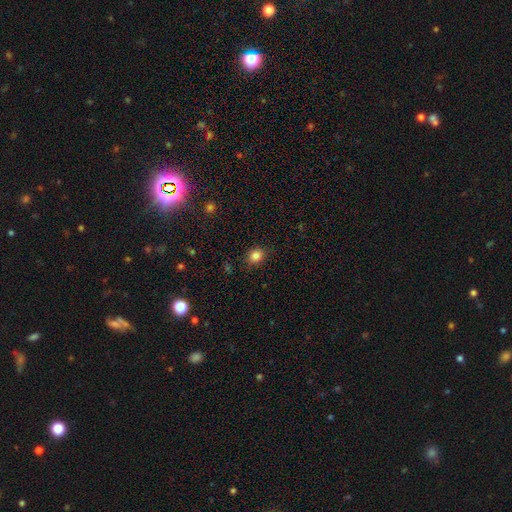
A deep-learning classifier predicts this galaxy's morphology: Smooth or featured? smooth (84%)
How rounded? round (66%)
Merging? none (87%)